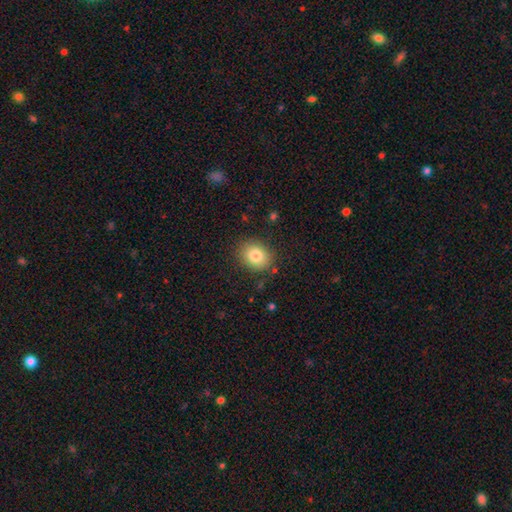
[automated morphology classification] A smooth galaxy with no disk features (82%) that is round (54%). Merging: none (85%).